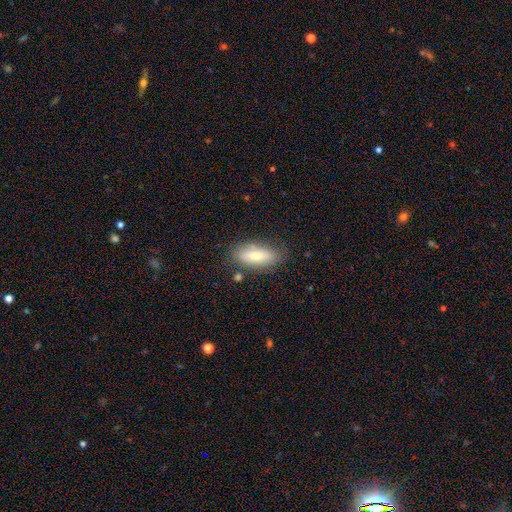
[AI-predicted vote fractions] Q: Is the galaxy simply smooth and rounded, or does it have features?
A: smooth — 69%.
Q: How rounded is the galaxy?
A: in between — 77%.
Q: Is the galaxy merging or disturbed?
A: none — 77%.